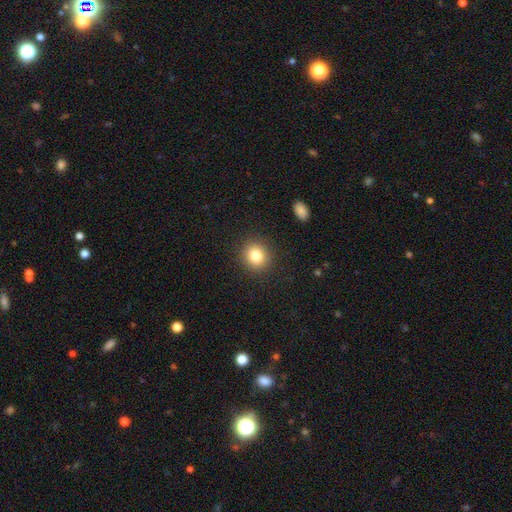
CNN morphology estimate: Overall: smooth (82%). How rounded: round (82%). Merging: none (90%).